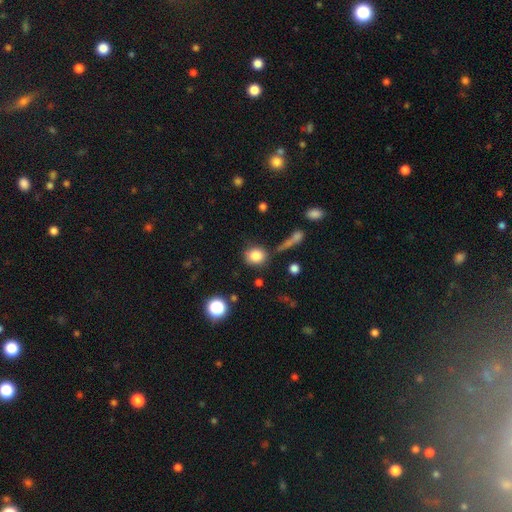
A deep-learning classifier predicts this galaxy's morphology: Overall: smooth (83%). How rounded: round (70%). Merging: none (77%).